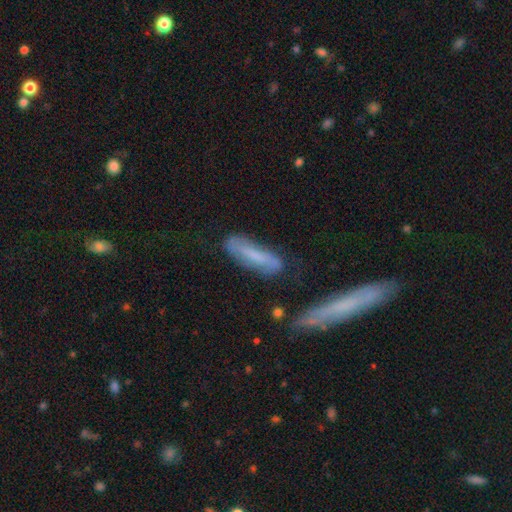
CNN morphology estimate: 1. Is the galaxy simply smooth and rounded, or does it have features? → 50% smooth, 41% featured or disk, 9% star or artifact.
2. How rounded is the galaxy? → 69% cigar-shaped, 29% in between, 2% round.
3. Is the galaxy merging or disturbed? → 71% none, 19% minor disturbance, 6% major disturbance, 4% merger.